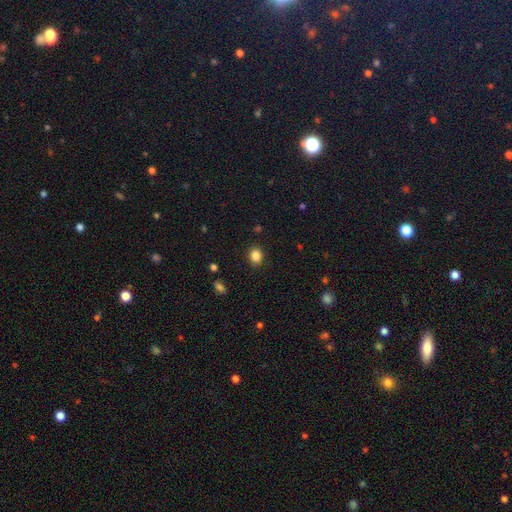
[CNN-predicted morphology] The model was most divided on "how rounded": round: 62%, in between: 37%, cigar-shaped: 1%. More confident: merging — none (87%); smooth or featured — smooth (85%).